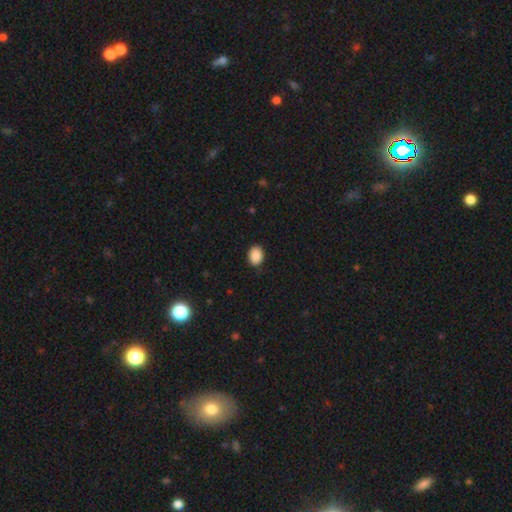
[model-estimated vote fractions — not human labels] A smooth galaxy with no disk features (90%) that is in between round and cigar-shaped (67%).

Vote fractions:
- Smooth or featured? smooth: 90% / star or artifact: 7% / featured or disk: 3%
- How rounded? in between: 67% / round: 32% / cigar-shaped: 1%
- Merging? none: 85% / minor disturbance: 11% / major disturbance: 2% / merger: 1%